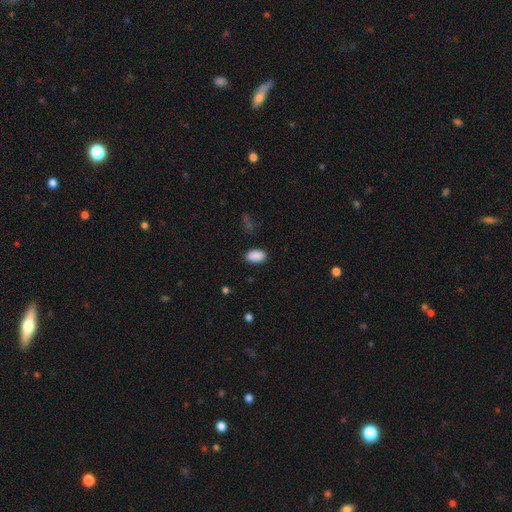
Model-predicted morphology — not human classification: smooth-or-featured: smooth: 90% | star or artifact: 8% | featured or disk: 3%
  how-rounded: in between: 93% | round: 6% | cigar-shaped: 2%
  merging: none: 87% | minor disturbance: 9% | major disturbance: 2% | merger: 1%